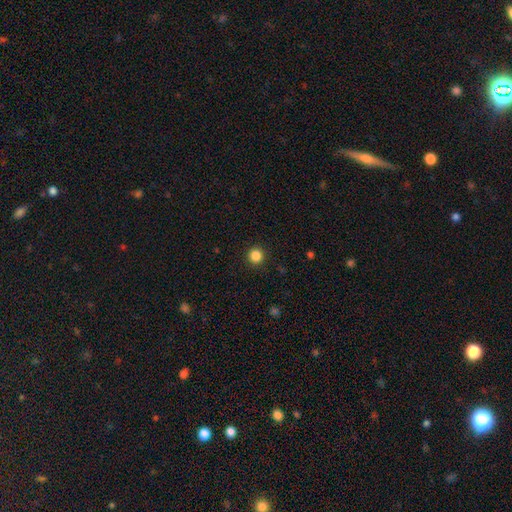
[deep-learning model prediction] Smooth or featured? Predicted: smooth (p=0.86). How rounded? Predicted: round (p=0.95). Merging? Predicted: none (p=0.92).